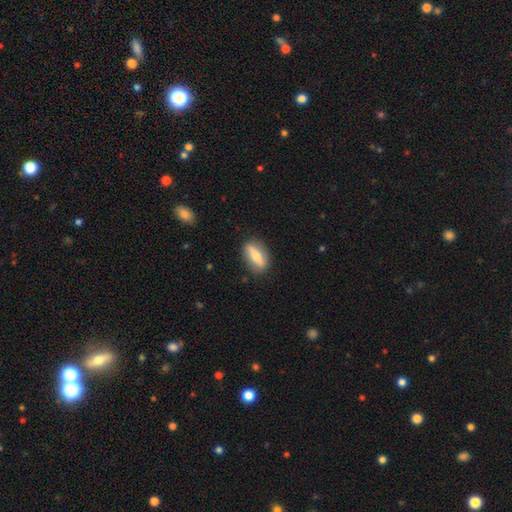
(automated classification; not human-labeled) Morphology: type=smooth (54%); roundness=in between (66%); merging=none (85%).